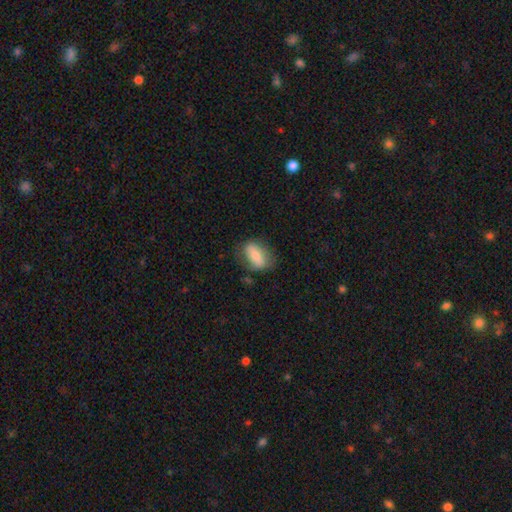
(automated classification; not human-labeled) smooth-or-featured: smooth: 78% | featured or disk: 16% | star or artifact: 7%
  how-rounded: in between: 86% | cigar-shaped: 7% | round: 7%
  merging: none: 69% | minor disturbance: 21% | major disturbance: 8% | merger: 2%